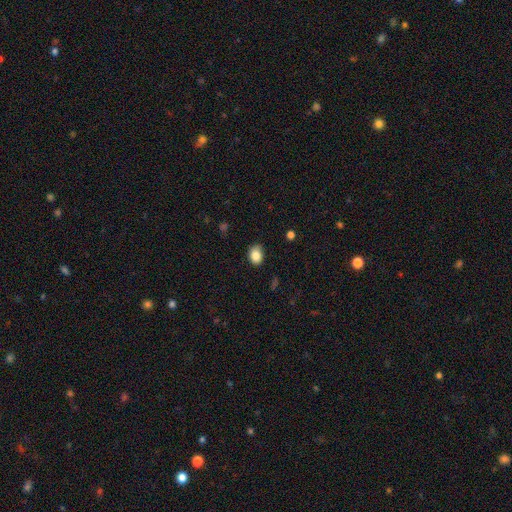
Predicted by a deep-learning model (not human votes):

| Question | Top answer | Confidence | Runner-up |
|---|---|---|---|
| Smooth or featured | smooth | 85% | star or artifact (9%) |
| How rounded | in between | 69% | round (30%) |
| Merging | none | 80% | minor disturbance (16%) |